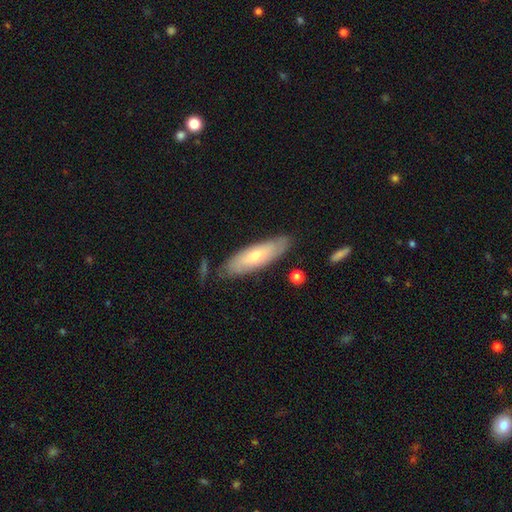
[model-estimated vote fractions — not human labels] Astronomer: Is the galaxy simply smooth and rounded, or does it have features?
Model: smooth — 47% (runner-up: featured or disk, 44%).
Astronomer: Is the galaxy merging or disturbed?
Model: none — 79%.